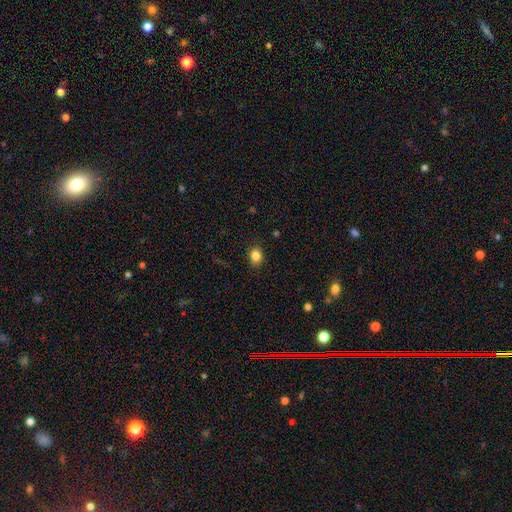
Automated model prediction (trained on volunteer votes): Q: Smooth or featured?
A: smooth (84%); runner-up: star or artifact (11%)
Q: How rounded?
A: round (52%); runner-up: in between (47%)
Q: Merging?
A: none (88%); runner-up: minor disturbance (9%)